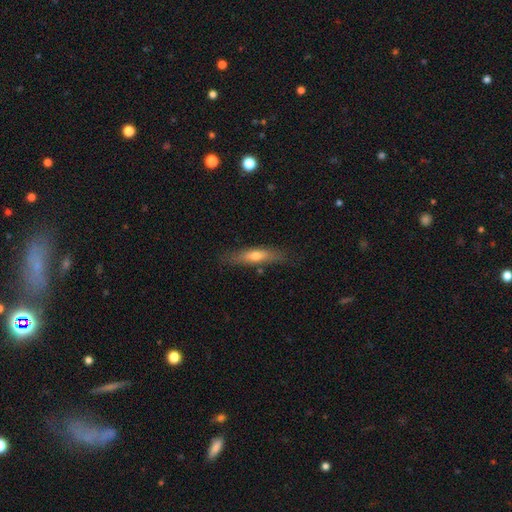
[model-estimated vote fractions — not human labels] A smooth galaxy with no disk features (51%) that is cigar-shaped (77%).

Vote fractions:
- Smooth or featured? smooth: 51% / featured or disk: 42% / star or artifact: 7%
- How rounded? cigar-shaped: 77% / in between: 21% / round: 2%
- Merging? none: 81% / minor disturbance: 14% / major disturbance: 3% / merger: 2%